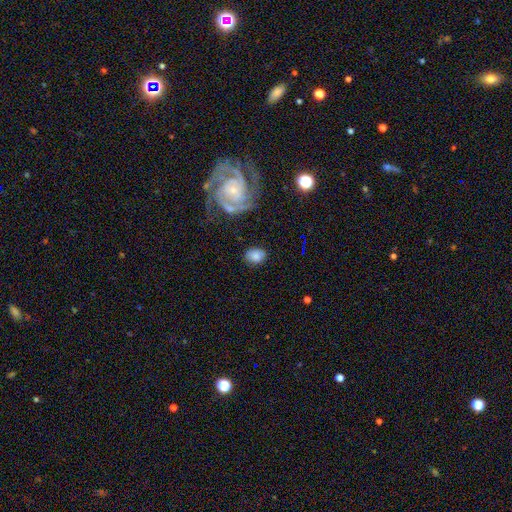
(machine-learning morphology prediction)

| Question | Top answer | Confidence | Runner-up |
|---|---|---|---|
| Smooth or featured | smooth | 71% | featured or disk (18%) |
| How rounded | in between | 60% | round (39%) |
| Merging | none | 75% | minor disturbance (16%) |